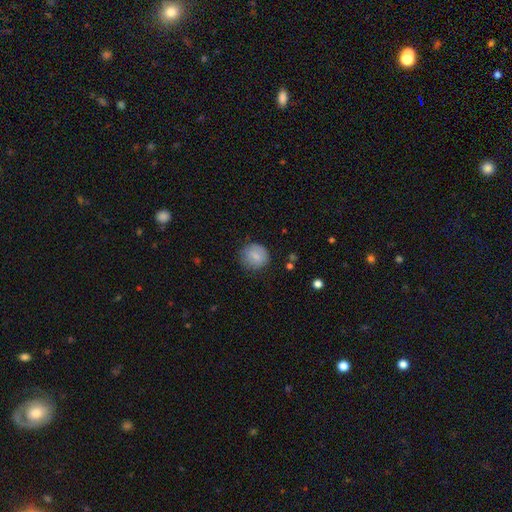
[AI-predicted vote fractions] Overall: smooth (79%). How rounded: round (87%). Merging: none (78%).